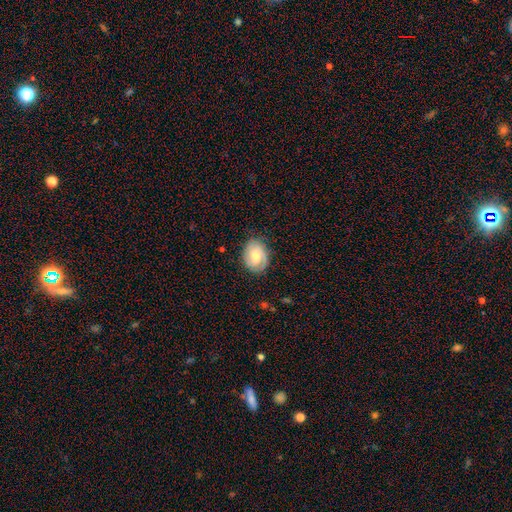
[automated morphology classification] The model was most divided on "smooth or featured": featured or disk: 52%, smooth: 41%, star or artifact: 7%. More confident: edge-on disk — no (97%); spiral arms — yes (83%); merging — none (75%); bulge size — moderate (65%); bar — no (62%).